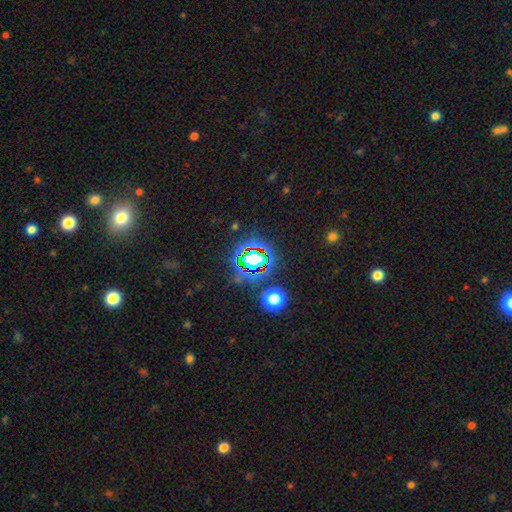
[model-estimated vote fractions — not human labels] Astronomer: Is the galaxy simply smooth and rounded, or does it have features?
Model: star or artifact — 74%.